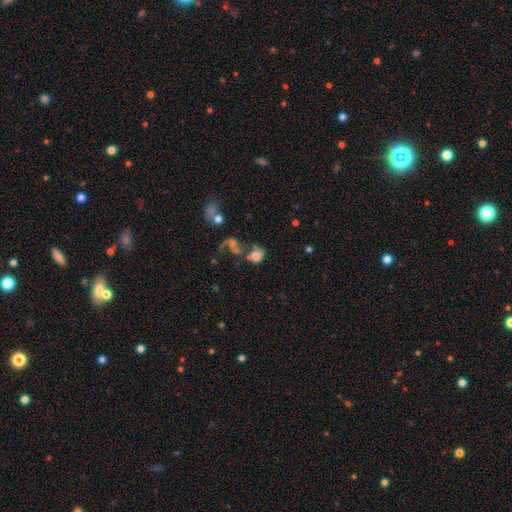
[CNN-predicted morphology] Smooth or featured?
  - smooth: 58% *
  - featured or disk: 29%
  - star or artifact: 13%
How rounded?
  - round: 63% *
  - in between: 35%
  - cigar-shaped: 2%
Merging?
  - merger: 44% *
  - none: 27%
  - major disturbance: 18%
  - minor disturbance: 12%